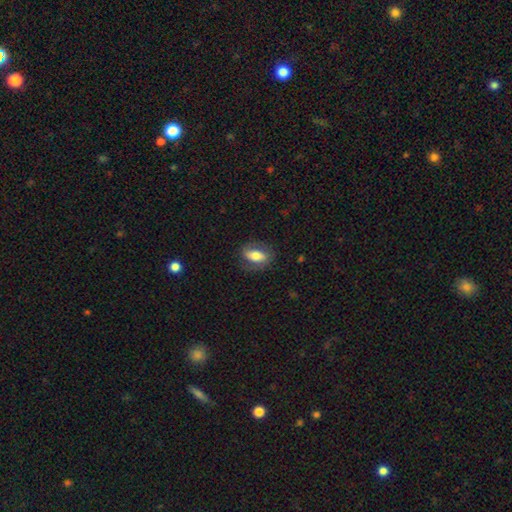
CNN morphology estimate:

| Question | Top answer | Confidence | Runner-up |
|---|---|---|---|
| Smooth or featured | smooth | 61% | featured or disk (33%) |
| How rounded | in between | 83% | round (9%) |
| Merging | none | 75% | minor disturbance (17%) |